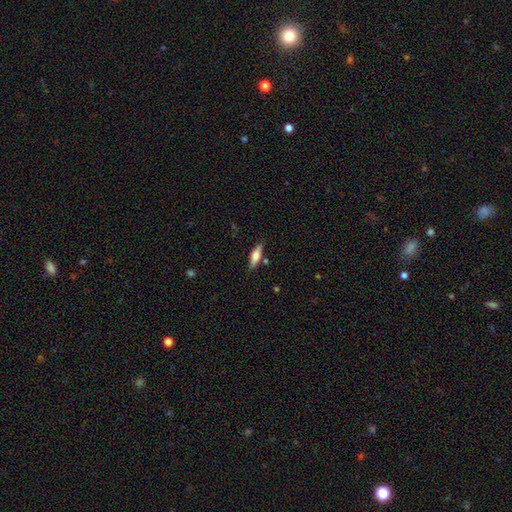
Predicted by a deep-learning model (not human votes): A smooth galaxy with no disk features (59%) that is in between round and cigar-shaped (50%).

Vote fractions:
- Smooth or featured? smooth: 59% / featured or disk: 34% / star or artifact: 7%
- How rounded? in between: 50% / cigar-shaped: 47% / round: 2%
- Merging? none: 79% / minor disturbance: 14% / merger: 4% / major disturbance: 3%